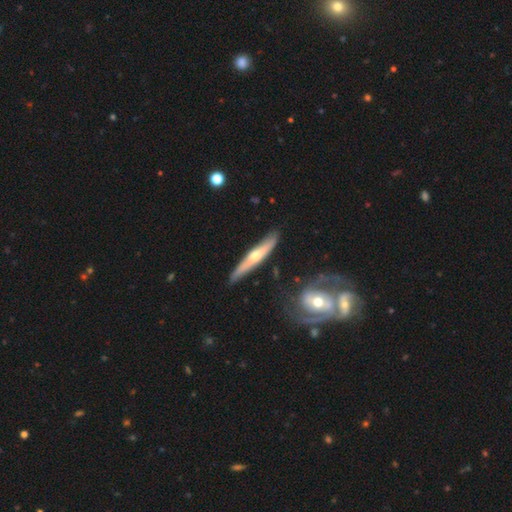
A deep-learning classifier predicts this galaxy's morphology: This is likely a featured or disk galaxy (63%). It is clearly viewed edge-on (91%). Edge-on bulge: clearly rounded (87%). Merging: clearly none (83%).